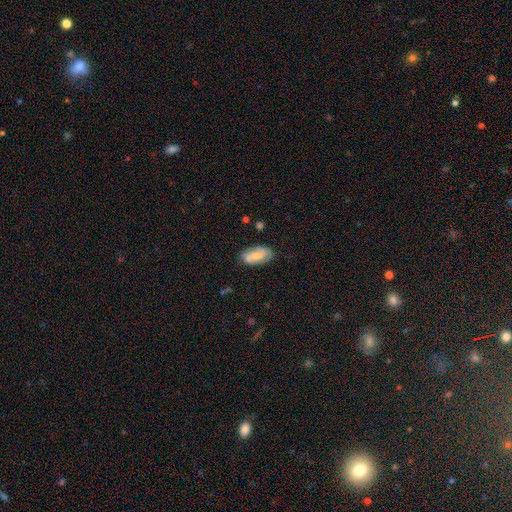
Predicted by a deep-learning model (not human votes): Q: Smooth or featured?
A: smooth (51%); runner-up: featured or disk (42%)
Q: How rounded?
A: in between (90%); runner-up: cigar-shaped (6%)
Q: Merging?
A: none (71%); runner-up: minor disturbance (20%)